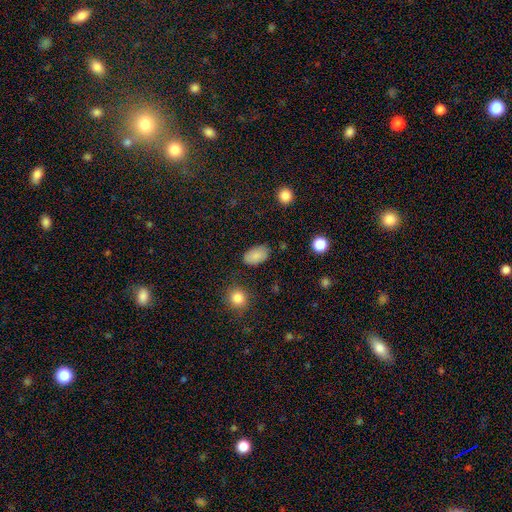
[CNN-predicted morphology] Smooth or featured: smooth — 85% (star or artifact — 8%)
How rounded: in between — 92% (round — 6%)
Merging: none — 81% (minor disturbance — 13%)